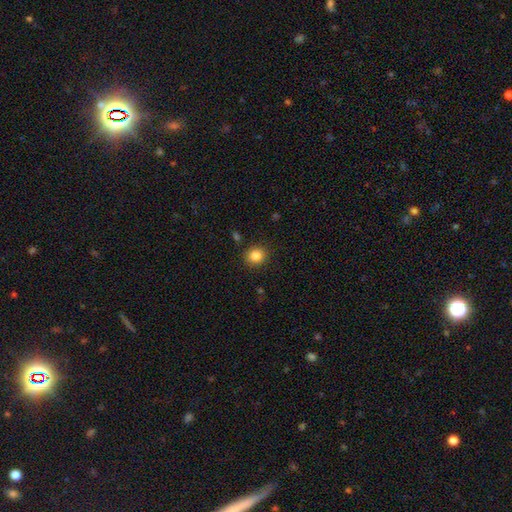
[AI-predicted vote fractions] Morphology: type=smooth (85%); roundness=round (82%); merging=none (89%).